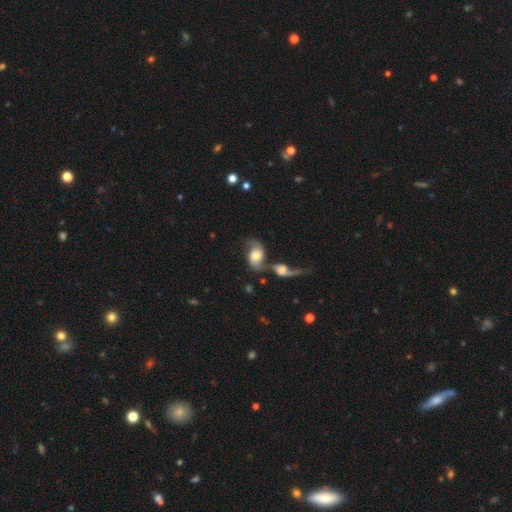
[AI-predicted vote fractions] Smooth or featured?
  - featured or disk: 61% *
  - smooth: 31%
  - star or artifact: 8%
Edge-on disk?
  - no: 94% *
  - yes: 6%
Bar?
  - no: 61% *
  - weak: 31%
  - strong: 8%
Spiral arms?
  - yes: 88% *
  - no: 12%
Spiral winding?
  - loose: 69% *
  - medium: 24%
  - tight: 7%
Spiral arm count?
  - 2: 85% *
  - 1: 7%
  - can't tell: 5%
  - 3: 1%
  - more than 4: 1%
  - 4: 1%
Bulge size?
  - moderate: 47% *
  - large: 30%
  - small: 14%
  - dominant: 5%
  - none: 4%
Merging?
  - merger: 53% *
  - none: 25%
  - major disturbance: 12%
  - minor disturbance: 11%